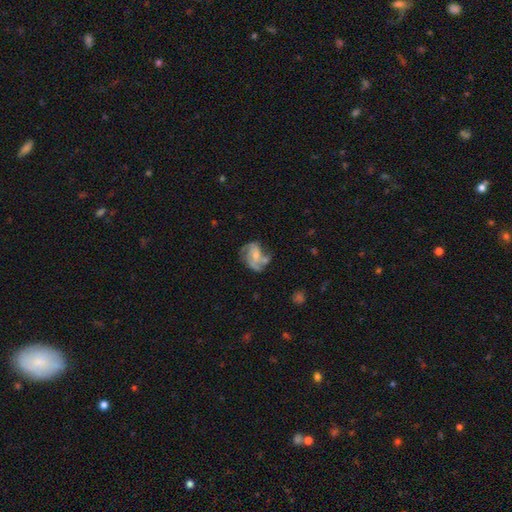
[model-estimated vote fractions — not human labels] A featured or disk galaxy (72%) with no bar (54%), 2 (45%) medium (47%) spiral arms (84%) and a small central bulge (50%). Merging: none (43%).